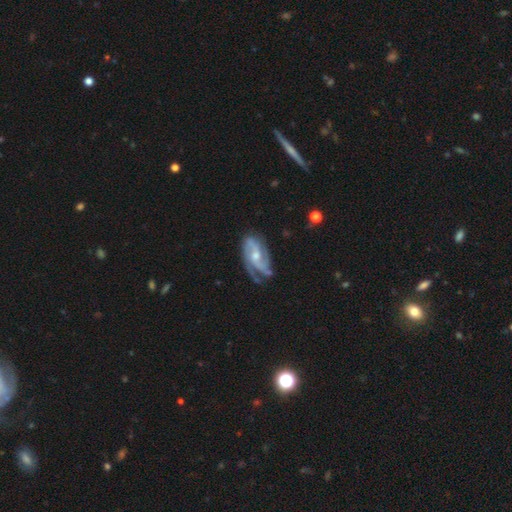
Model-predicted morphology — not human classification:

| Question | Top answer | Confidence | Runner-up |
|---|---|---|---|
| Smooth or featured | featured or disk | 87% | smooth (9%) |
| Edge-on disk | no | 96% | yes (4%) |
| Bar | no | 48% | weak (39%) |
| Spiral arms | yes | 97% | no (3%) |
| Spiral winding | medium | 47% | tight (32%) |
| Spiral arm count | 2 | 48% | 3 (28%) |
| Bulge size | moderate | 54% | small (40%) |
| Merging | none | 61% | minor disturbance (25%) |